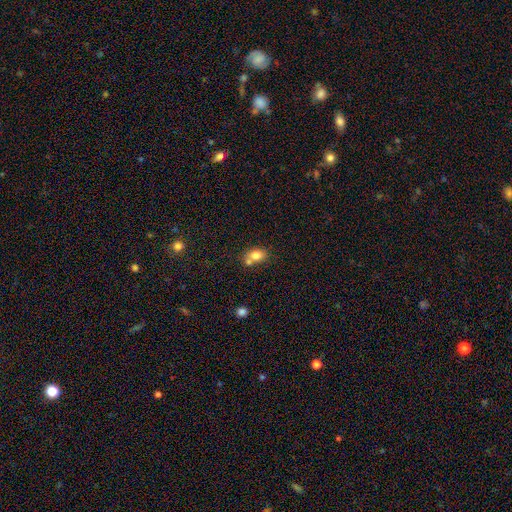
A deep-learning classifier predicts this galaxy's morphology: This appears to be a smooth galaxy with no disk features (79%) that is in between round and cigar-shaped (69%). Merging: none (48%).